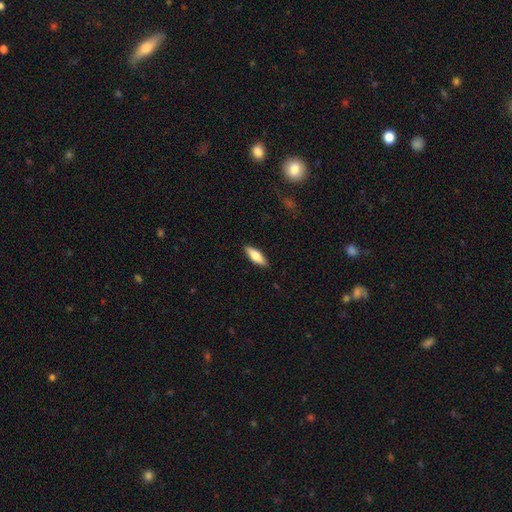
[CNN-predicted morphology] smooth-or-featured: smooth: 69% | featured or disk: 25% | star or artifact: 6%
  how-rounded: in between: 56% | cigar-shaped: 42% | round: 2%
  merging: none: 89% | minor disturbance: 9% | major disturbance: 2% | merger: 1%